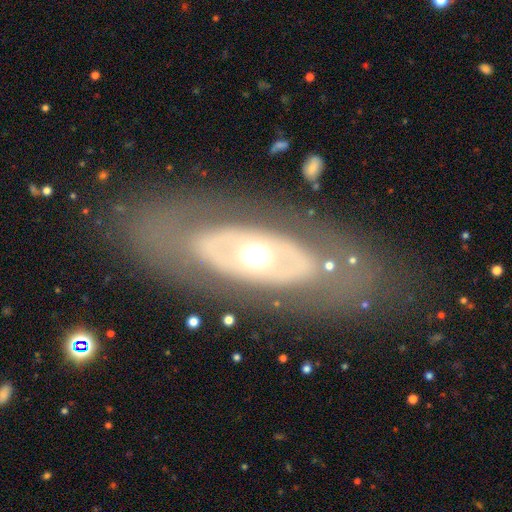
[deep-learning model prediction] The model was most divided on "smooth or featured": featured or disk: 65%, smooth: 28%, star or artifact: 7%. More confident: spiral arms — no (88%); bar — no (87%); edge-on disk — no (85%); merging — none (78%); bulge size — moderate (62%).